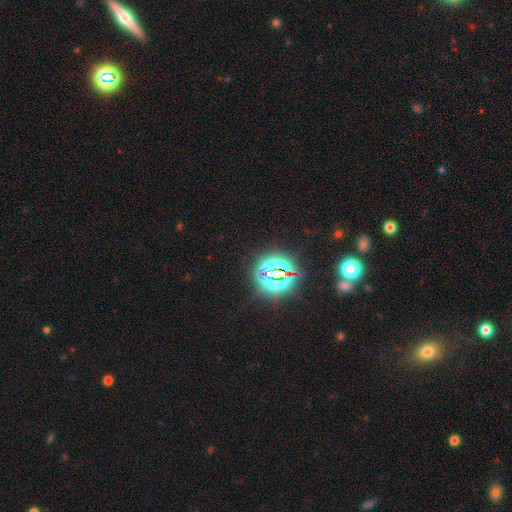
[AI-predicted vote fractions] Smooth or featured? star or artifact (80%)